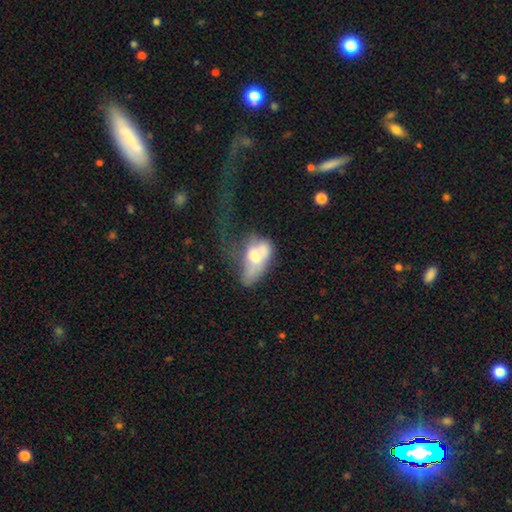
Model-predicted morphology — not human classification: Q: Smooth or featured?
A: smooth (52%); runner-up: featured or disk (38%)
Q: How rounded?
A: in between (84%); runner-up: round (10%)
Q: Merging?
A: major disturbance (50%); runner-up: merger (20%)